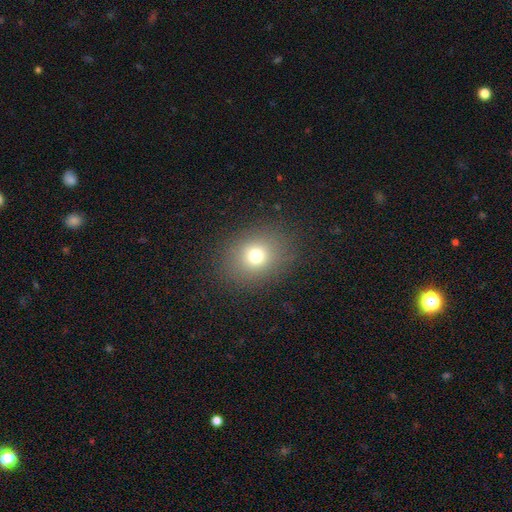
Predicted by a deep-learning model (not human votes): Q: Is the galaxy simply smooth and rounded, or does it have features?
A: smooth — 74%.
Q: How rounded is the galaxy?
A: round — 62%.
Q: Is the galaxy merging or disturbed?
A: none — 85%.